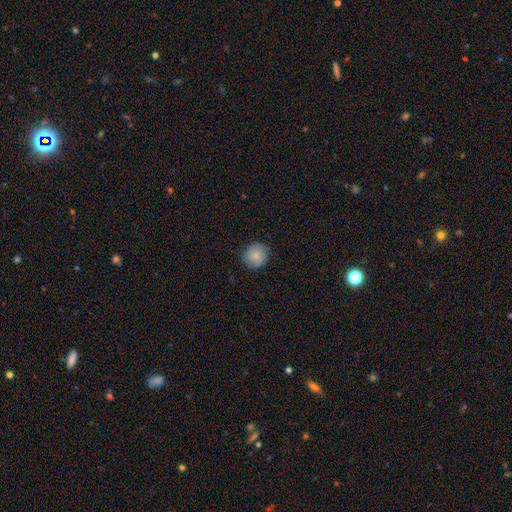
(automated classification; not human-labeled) The model was most divided on "merging": none: 86%, minor disturbance: 11%, major disturbance: 2%, merger: 1%. More confident: how rounded — round (90%); smooth or featured — smooth (86%).